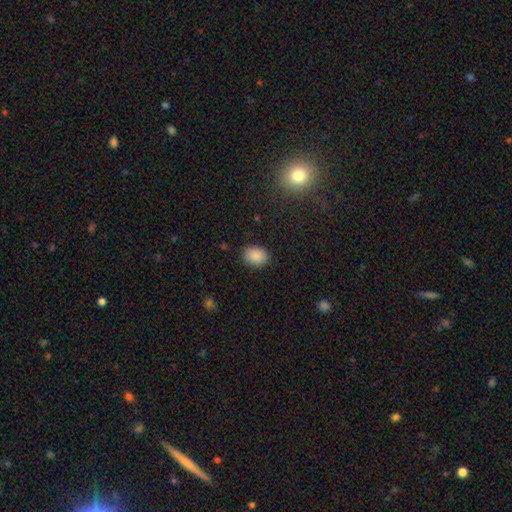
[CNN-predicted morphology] Q: Smooth or featured?
A: smooth (88%); runner-up: star or artifact (9%)
Q: How rounded?
A: in between (60%); runner-up: round (39%)
Q: Merging?
A: none (87%); runner-up: minor disturbance (9%)